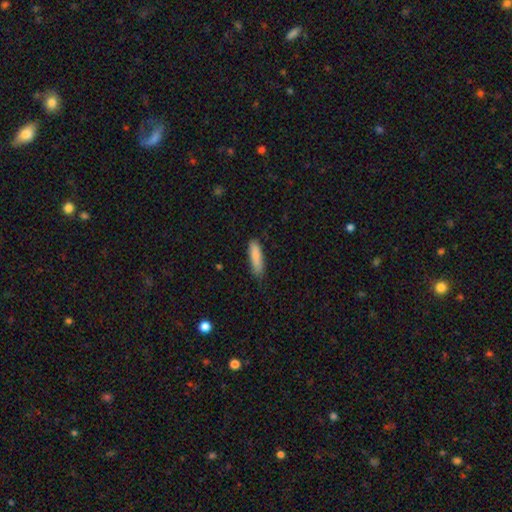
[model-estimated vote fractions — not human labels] Q: Smooth or featured?
A: smooth (85%); runner-up: featured or disk (9%)
Q: How rounded?
A: cigar-shaped (58%); runner-up: in between (40%)
Q: Merging?
A: none (75%); runner-up: minor disturbance (20%)